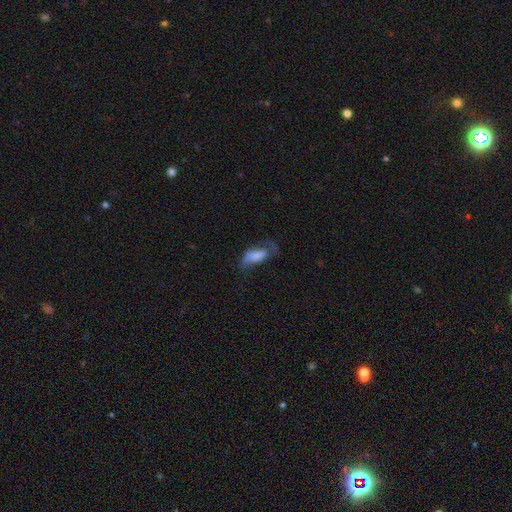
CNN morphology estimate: Smooth or featured? Predicted: smooth (p=0.61). How rounded? Predicted: in between (p=0.81). Merging? Predicted: none (p=0.36).